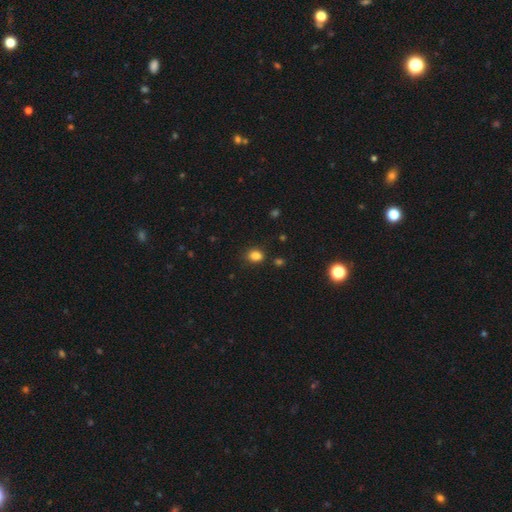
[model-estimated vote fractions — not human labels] Smooth or featured? Predicted: smooth (p=0.84). How rounded? Predicted: in between (p=0.59). Merging? Predicted: none (p=0.80).